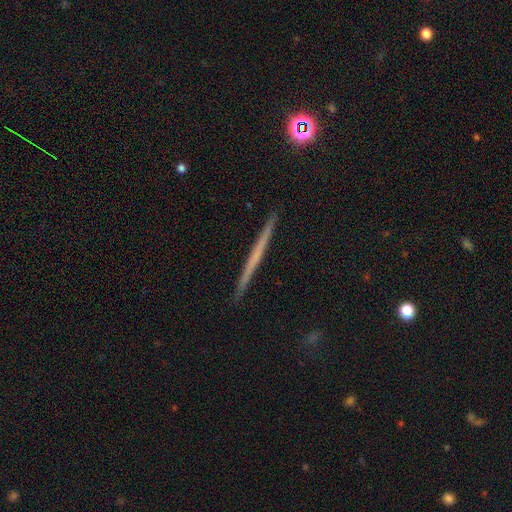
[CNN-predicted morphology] The model was most divided on "smooth or featured": featured or disk: 55%, smooth: 38%, star or artifact: 8%. More confident: edge-on disk — yes (98%); merging — none (93%); edge-on bulge — none (91%).